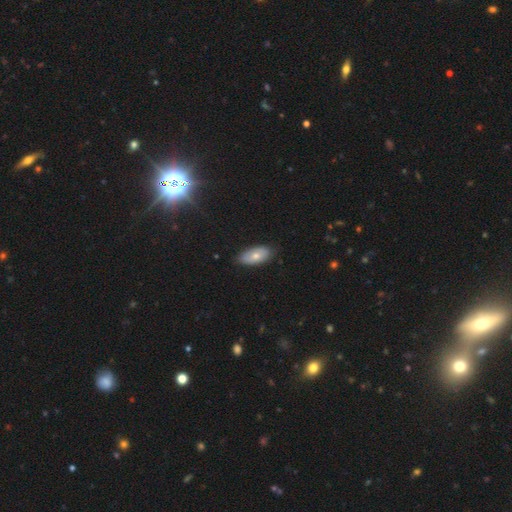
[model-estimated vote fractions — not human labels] Q: Smooth or featured?
A: smooth (69%); runner-up: featured or disk (24%)
Q: How rounded?
A: in between (92%); runner-up: cigar-shaped (5%)
Q: Merging?
A: none (79%); runner-up: minor disturbance (17%)